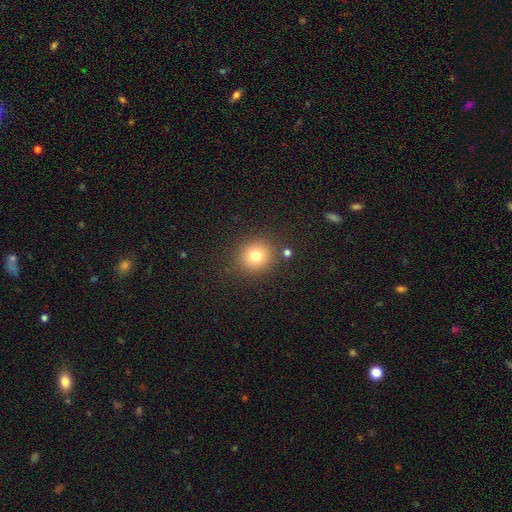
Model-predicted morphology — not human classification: smooth-or-featured: smooth: 78% | star or artifact: 13% | featured or disk: 9%
  how-rounded: round: 88% | in between: 11% | cigar-shaped: 1%
  merging: none: 86% | minor disturbance: 7% | merger: 3% | major disturbance: 3%